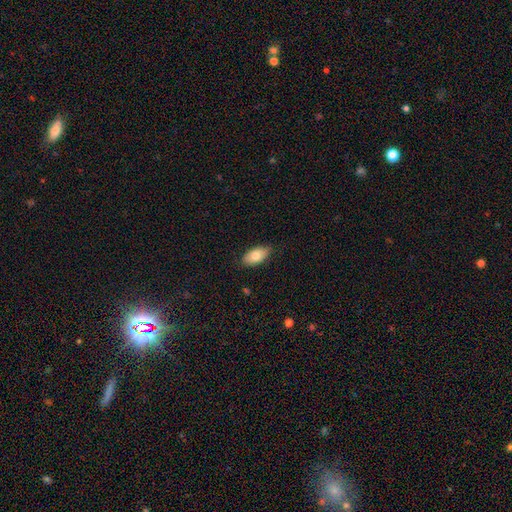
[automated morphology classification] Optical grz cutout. It shows a smooth galaxy with no disk features (78%) that is in between round and cigar-shaped (93%). Merging: none (84%).